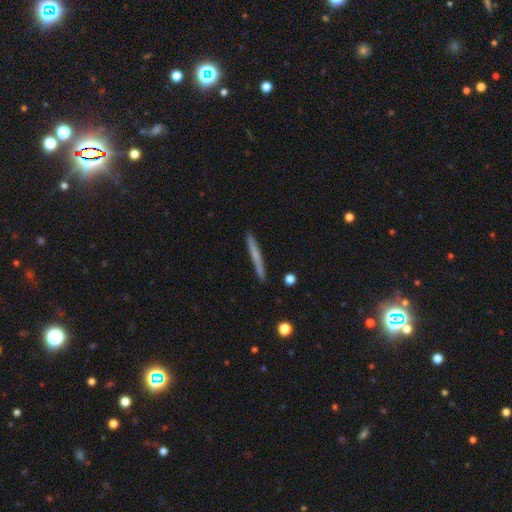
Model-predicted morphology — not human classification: A smooth galaxy with no disk features (53%) that is cigar-shaped (96%). Merging: none (90%).